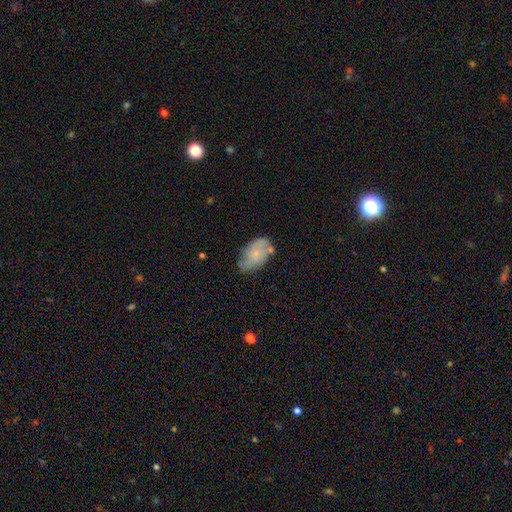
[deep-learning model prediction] Smooth or featured? smooth (61%)
How rounded? in between (92%)
Merging? none (58%)